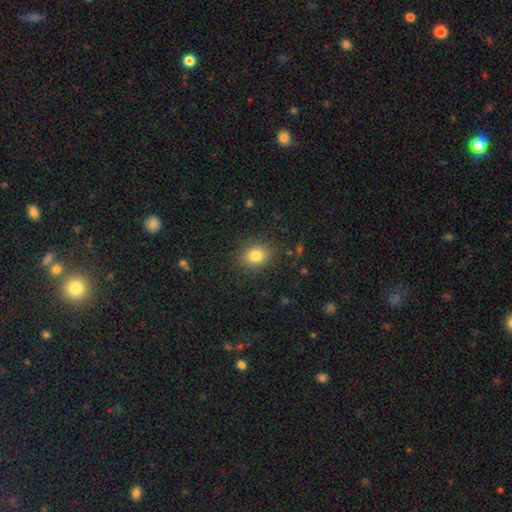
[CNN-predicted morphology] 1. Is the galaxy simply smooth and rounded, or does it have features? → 81% smooth, 12% star or artifact, 7% featured or disk.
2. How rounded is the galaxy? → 62% round, 37% in between, 1% cigar-shaped.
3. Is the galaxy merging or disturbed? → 87% none, 9% minor disturbance, 3% major disturbance, 1% merger.